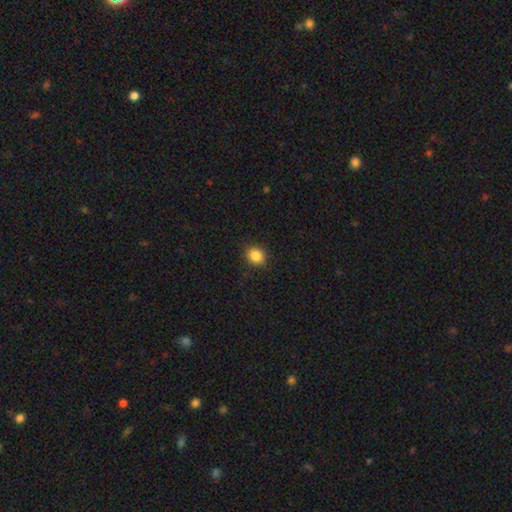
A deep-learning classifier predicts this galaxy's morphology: Smooth or featured: smooth — 85% (star or artifact — 11%)
How rounded: round — 70% (in between — 29%)
Merging: none — 88% (minor disturbance — 9%)